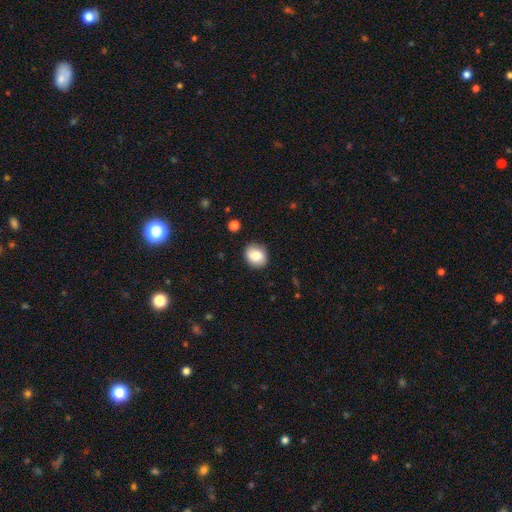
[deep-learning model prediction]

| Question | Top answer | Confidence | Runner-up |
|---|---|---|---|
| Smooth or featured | smooth | 86% | star or artifact (8%) |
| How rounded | round | 60% | in between (39%) |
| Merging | none | 85% | minor disturbance (11%) |